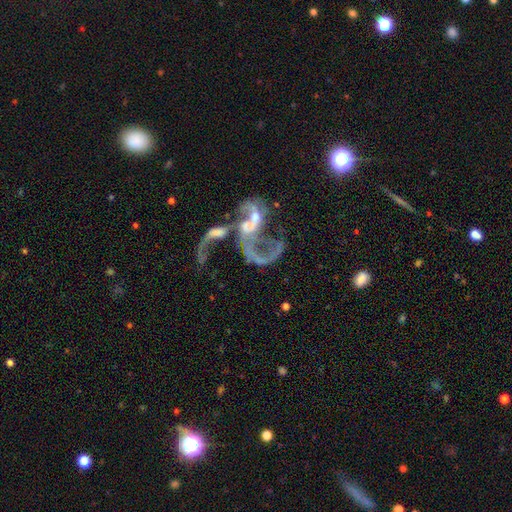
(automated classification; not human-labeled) smooth-or-featured: featured or disk: 78% | star or artifact: 12% | smooth: 10%
  disk-edge-on: no: 97% | yes: 3%
    bar: no: 57% | weak: 30% | strong: 13%
    has-spiral-arms: yes: 72% | no: 28%
      spiral-winding: loose: 75% | medium: 19% | tight: 6%
      spiral-arm-count: 2: 49% | 1: 26% | can't tell: 14% | 3: 5% | 4: 3% | more than 4: 3%
    bulge-size: small: 34% | moderate: 32% | none: 28% | large: 5% | dominant: 2%
  merging: merger: 64% | major disturbance: 21% | none: 10% | minor disturbance: 5%